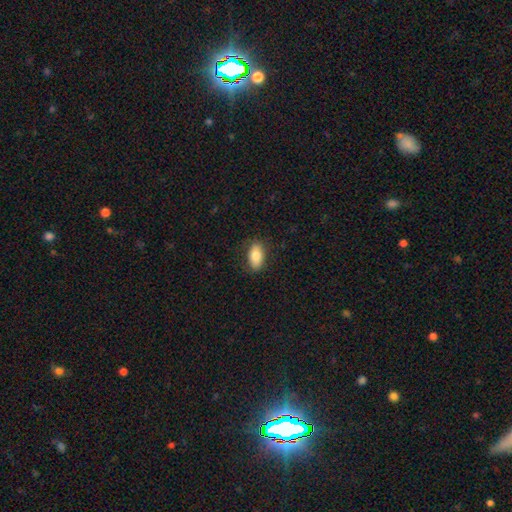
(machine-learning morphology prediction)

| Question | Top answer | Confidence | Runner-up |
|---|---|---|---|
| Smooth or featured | smooth | 80% | featured or disk (13%) |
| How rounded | in between | 89% | cigar-shaped (7%) |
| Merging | none | 86% | minor disturbance (11%) |